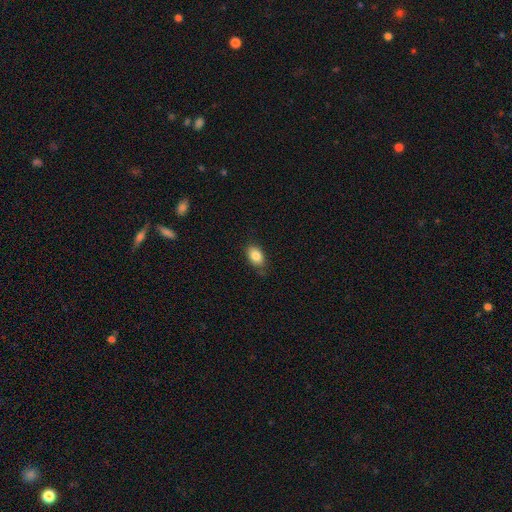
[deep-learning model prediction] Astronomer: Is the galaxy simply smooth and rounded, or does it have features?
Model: smooth — 85%.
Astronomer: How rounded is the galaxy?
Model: in between — 85%.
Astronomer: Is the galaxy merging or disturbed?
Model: none — 75%.